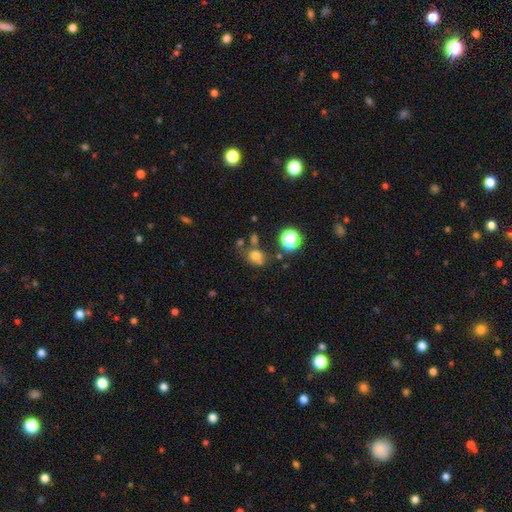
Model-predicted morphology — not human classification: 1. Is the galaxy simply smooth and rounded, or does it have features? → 71% smooth, 19% star or artifact, 10% featured or disk.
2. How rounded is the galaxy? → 65% round, 34% in between, 1% cigar-shaped.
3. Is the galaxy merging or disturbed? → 60% none, 18% merger, 16% minor disturbance, 7% major disturbance.